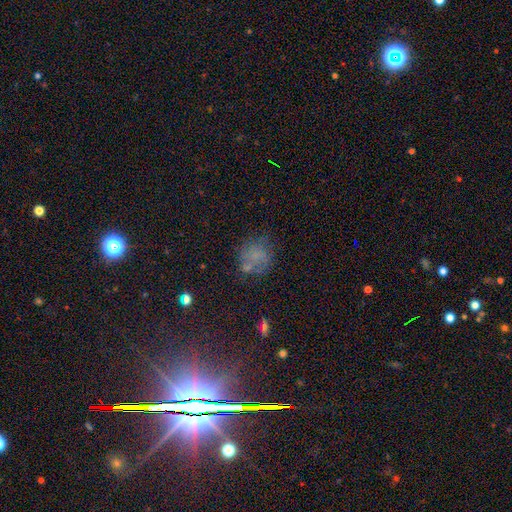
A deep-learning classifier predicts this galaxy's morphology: Smooth or featured?
  - smooth: 57% *
  - featured or disk: 26%
  - star or artifact: 18%
How rounded?
  - round: 74% *
  - in between: 25%
  - cigar-shaped: 1%
Merging?
  - none: 55% *
  - minor disturbance: 22%
  - major disturbance: 15%
  - merger: 8%